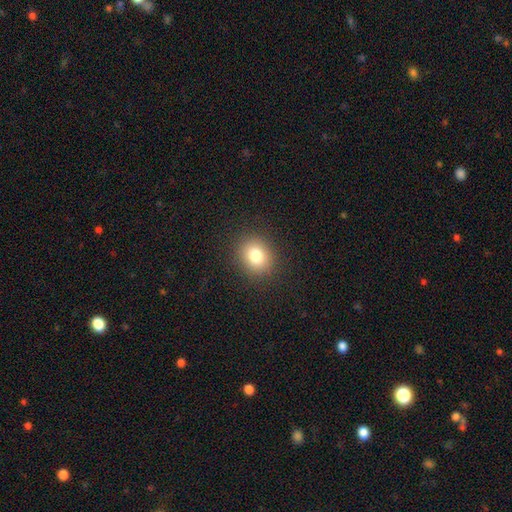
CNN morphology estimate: type=smooth (81%); roundness=round (68%); merging=none (89%).